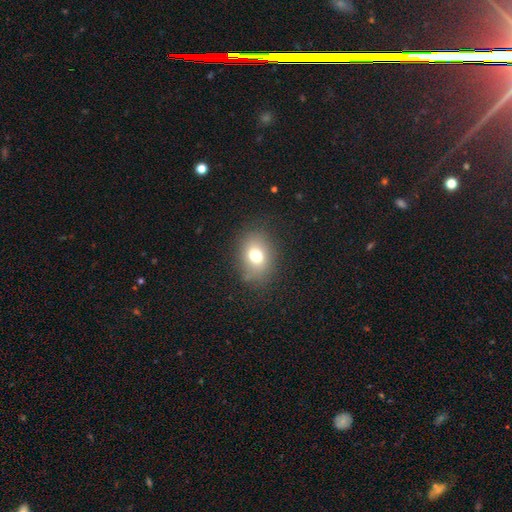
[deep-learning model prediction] The model was most divided on "how rounded": in between: 61%, round: 38%, cigar-shaped: 1%. More confident: merging — none (80%); smooth or featured — smooth (72%).